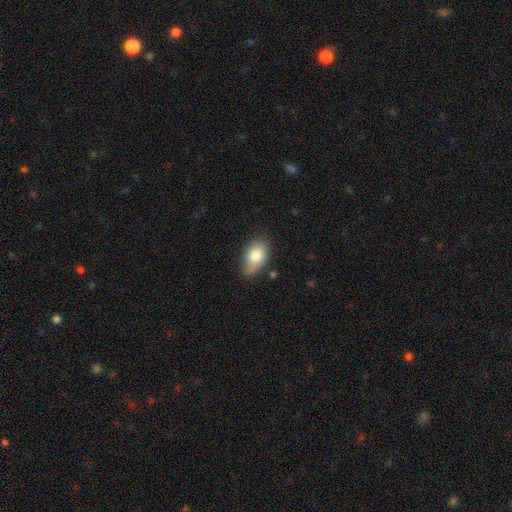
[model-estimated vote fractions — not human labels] smooth_or_featured: smooth (p=0.80) [alt: featured or disk p=0.13]
how_rounded: in between (p=0.89) [alt: round p=0.10]
merging: none (p=0.64) [alt: minor disturbance p=0.27]